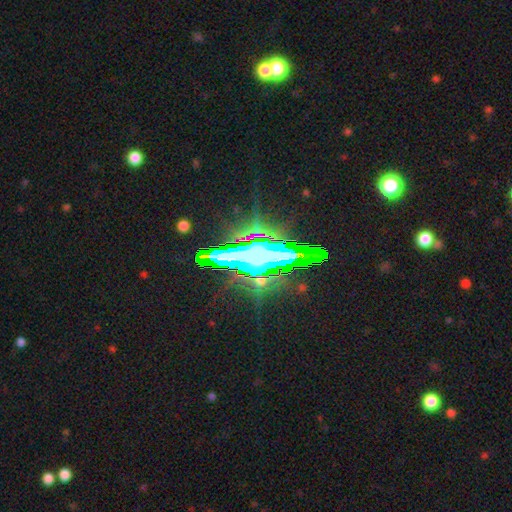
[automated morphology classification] type=star or artifact (64%).